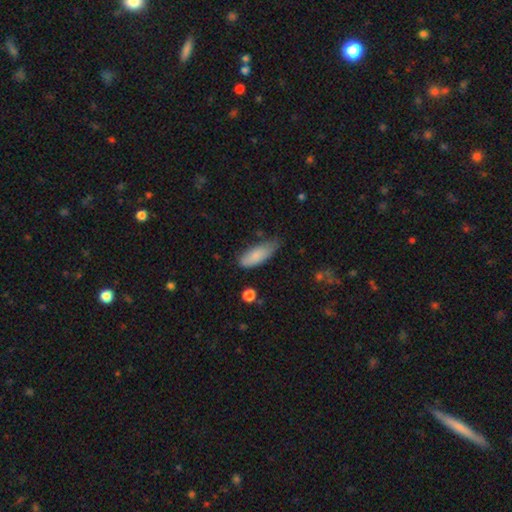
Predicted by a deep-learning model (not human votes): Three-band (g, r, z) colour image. It shows a smooth galaxy with no disk features (83%) that is in between round and cigar-shaped (73%). Merging: none (53%).